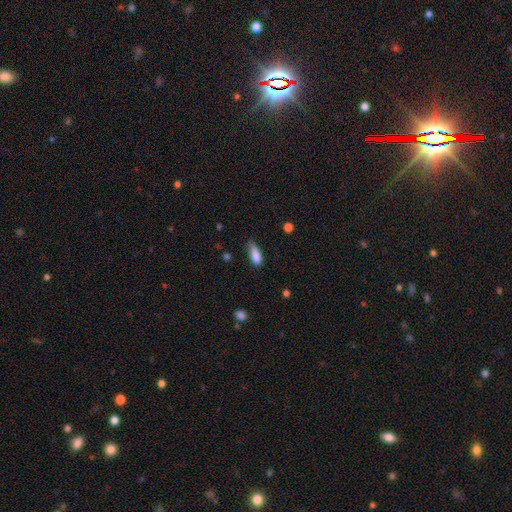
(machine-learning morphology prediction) A smooth galaxy with no disk features (86%) that is in between round and cigar-shaped (65%). Merging: none (55%).